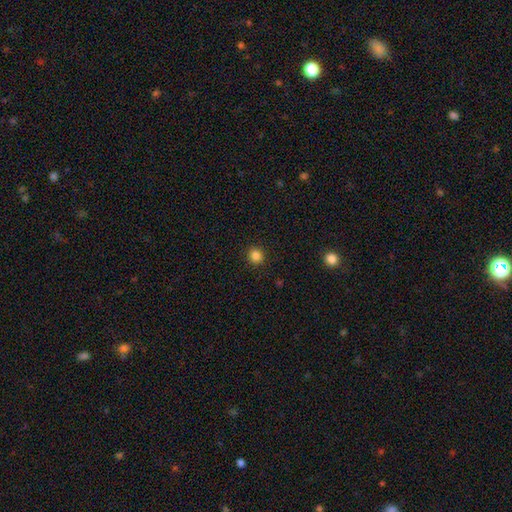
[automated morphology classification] This is clearly a smooth galaxy (85%). How rounded: clearly round (91%). Merging: clearly none (92%).